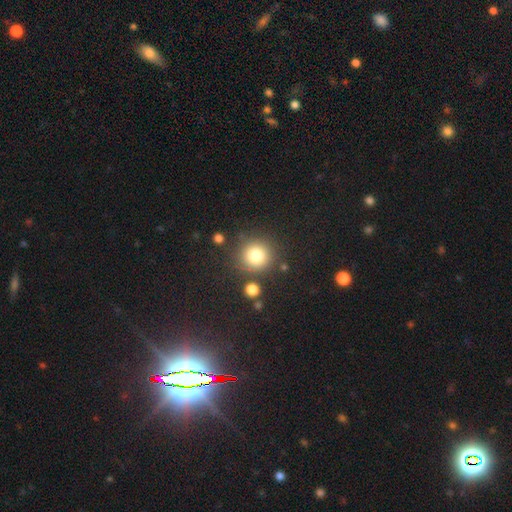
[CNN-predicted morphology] Q: Smooth or featured?
A: smooth (80%); runner-up: star or artifact (12%)
Q: How rounded?
A: round (93%); runner-up: in between (6%)
Q: Merging?
A: none (82%); runner-up: minor disturbance (8%)